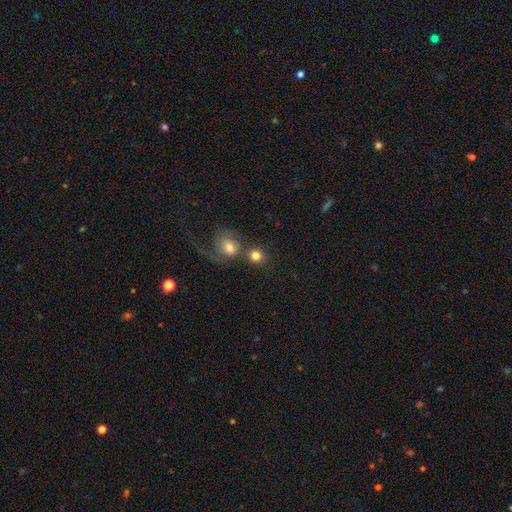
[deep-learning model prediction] Q: Smooth or featured?
A: smooth (82%); runner-up: featured or disk (10%)
Q: How rounded?
A: round (81%); runner-up: in between (18%)
Q: Merging?
A: none (51%); runner-up: merger (35%)